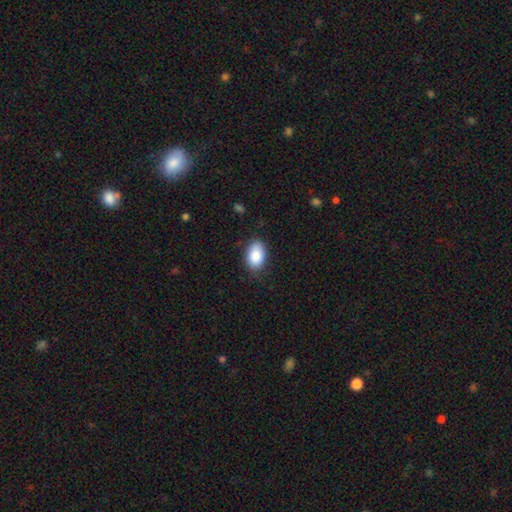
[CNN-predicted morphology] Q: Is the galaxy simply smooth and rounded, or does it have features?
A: smooth — 87%.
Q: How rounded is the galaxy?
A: in between — 90%.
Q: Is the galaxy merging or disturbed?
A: none — 80%.